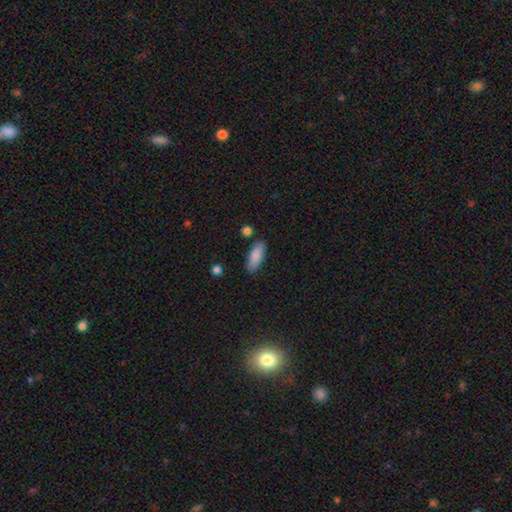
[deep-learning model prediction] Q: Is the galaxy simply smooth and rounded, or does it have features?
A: smooth — 86%.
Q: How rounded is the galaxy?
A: in between — 72%.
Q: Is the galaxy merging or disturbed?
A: none — 83%.